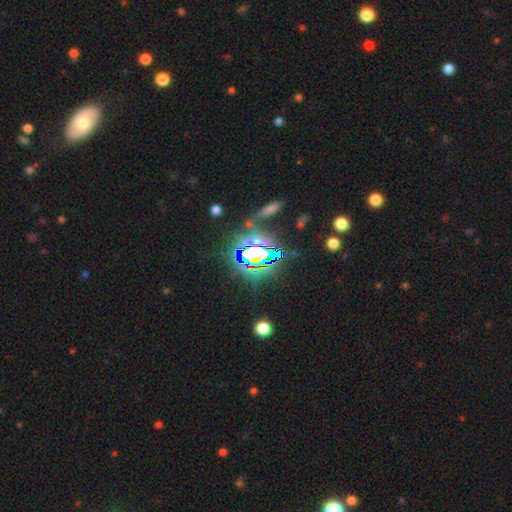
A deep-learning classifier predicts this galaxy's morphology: Overall: star or artifact (79%).